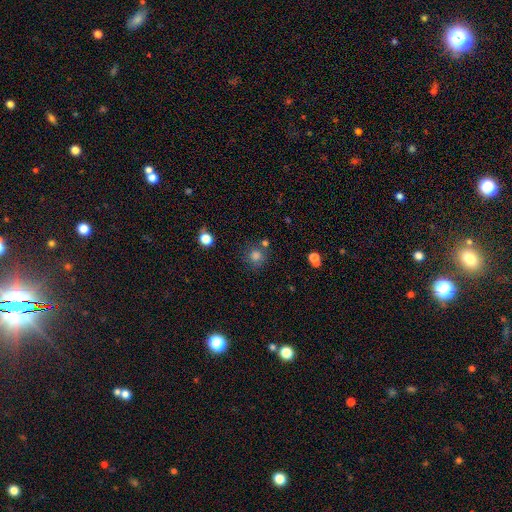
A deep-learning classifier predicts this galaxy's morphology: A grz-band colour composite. It shows a smooth galaxy with no disk features (79%) that is round (89%). Merging: none (72%).